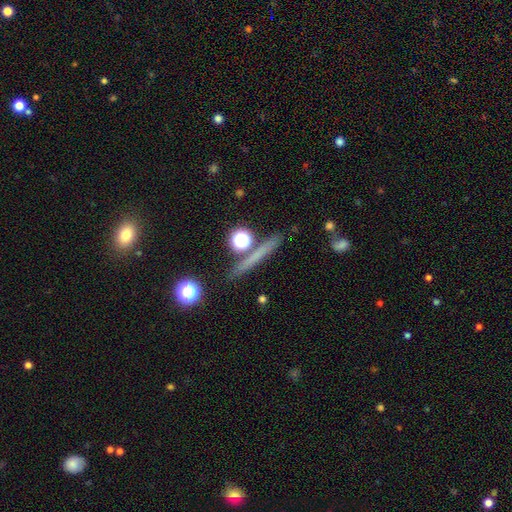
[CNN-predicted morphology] Q: Smooth or featured?
A: smooth (51%); runner-up: featured or disk (35%)
Q: How rounded?
A: cigar-shaped (83%); runner-up: round (11%)
Q: Merging?
A: none (84%); runner-up: minor disturbance (8%)